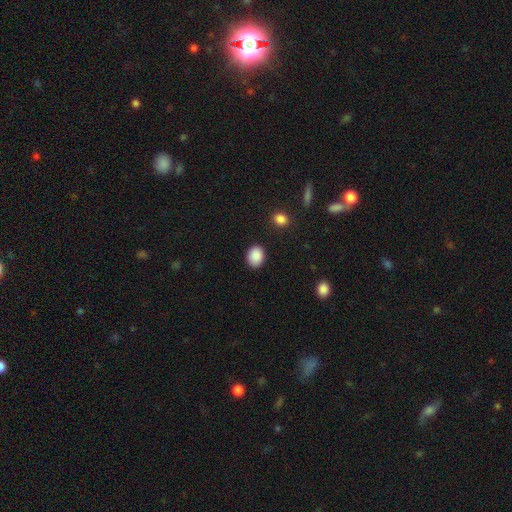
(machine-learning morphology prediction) Q: Smooth or featured?
A: smooth (89%); runner-up: star or artifact (8%)
Q: How rounded?
A: in between (52%); runner-up: round (47%)
Q: Merging?
A: none (86%); runner-up: minor disturbance (9%)